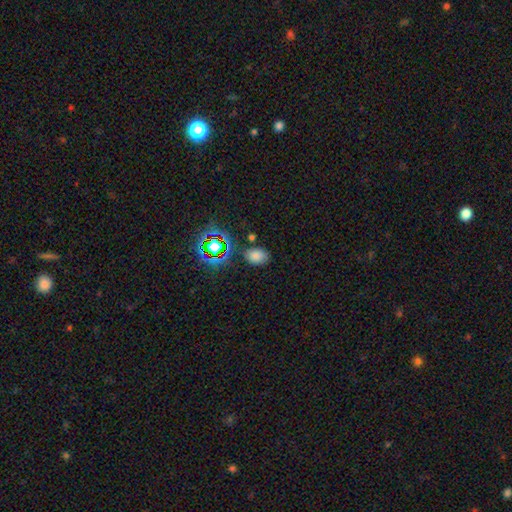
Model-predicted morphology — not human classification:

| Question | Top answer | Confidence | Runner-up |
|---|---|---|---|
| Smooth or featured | smooth | 68% | star or artifact (25%) |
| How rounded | in between | 69% | round (30%) |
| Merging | none | 78% | minor disturbance (13%) |